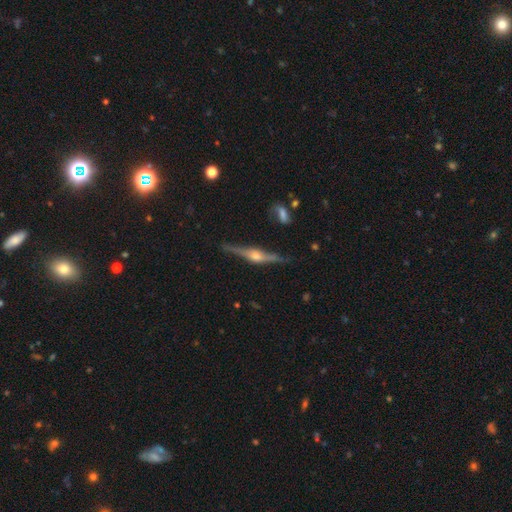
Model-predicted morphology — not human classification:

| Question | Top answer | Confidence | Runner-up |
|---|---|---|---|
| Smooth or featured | featured or disk | 85% | smooth (9%) |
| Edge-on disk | yes | 98% | no (2%) |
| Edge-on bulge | rounded | 90% | boxy (7%) |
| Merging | none | 85% | minor disturbance (11%) |